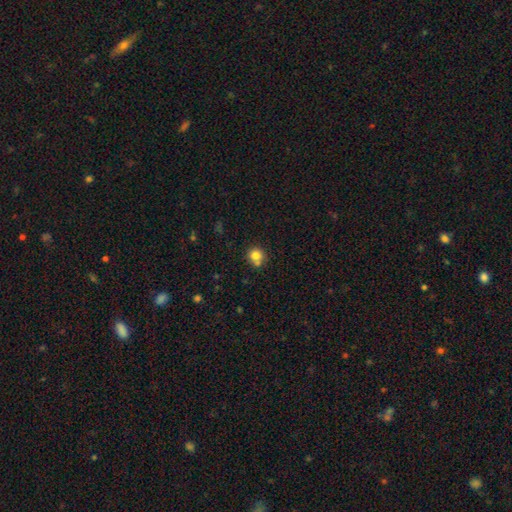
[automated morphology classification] smooth-or-featured: smooth: 80% | star or artifact: 11% | featured or disk: 9%
  how-rounded: round: 90% | in between: 9% | cigar-shaped: 1%
  merging: none: 63% | merger: 21% | minor disturbance: 12% | major disturbance: 3%